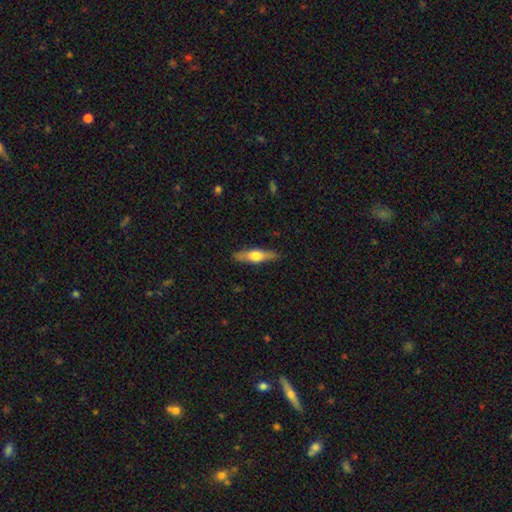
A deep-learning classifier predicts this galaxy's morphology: smooth_or_featured: featured or disk (p=0.49) [alt: smooth p=0.45]
merging: none (p=0.87) [alt: minor disturbance p=0.10]